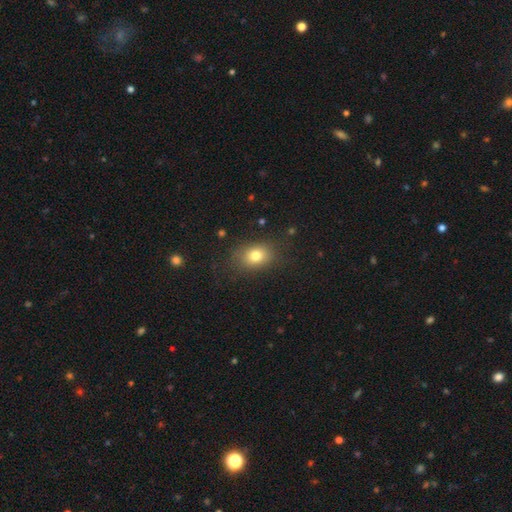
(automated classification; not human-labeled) smooth 78%, star or artifact 12%, featured or disk 10%. Down the decision tree: how rounded — in between (63%); merging — none (81%).